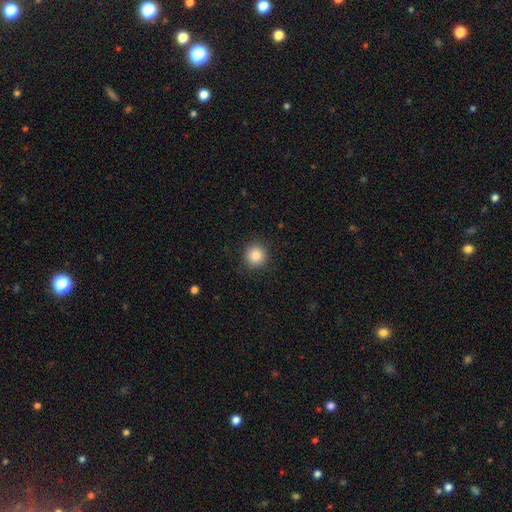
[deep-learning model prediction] Smooth or featured? smooth (85%)
How rounded? round (93%)
Merging? none (90%)